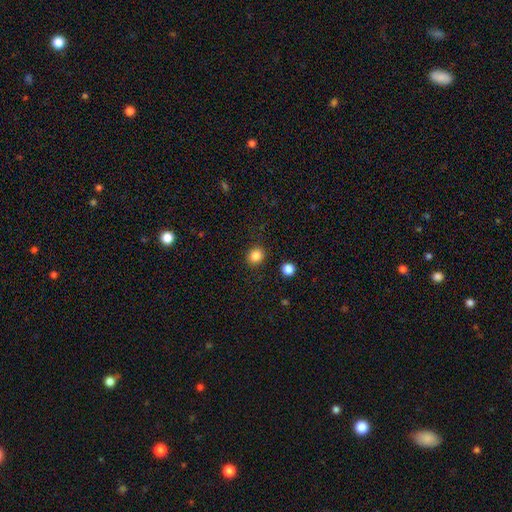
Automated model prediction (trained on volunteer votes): This appears to be a smooth galaxy with no disk features (85%) that is round (80%). Merging: none (89%).